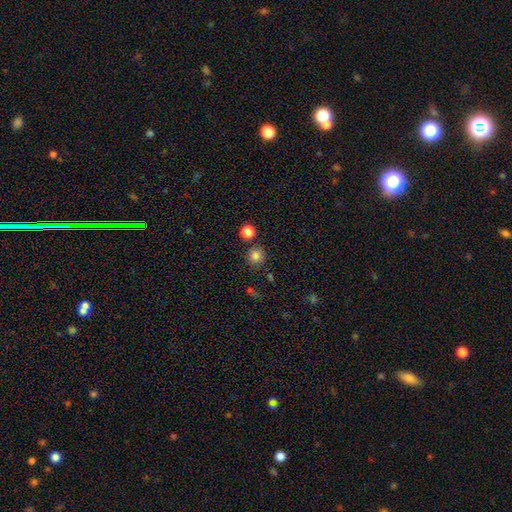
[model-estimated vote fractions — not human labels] A smooth galaxy with no disk features (82%) that is round (93%). Merging: none (85%).